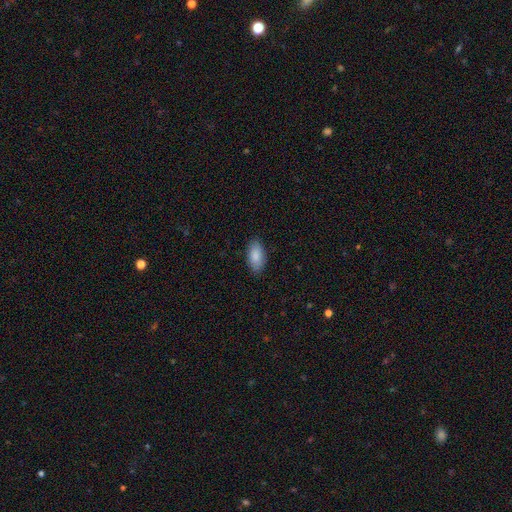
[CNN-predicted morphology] This is clearly a smooth galaxy (88%). How rounded: clearly in between (93%). Merging: clearly none (87%).